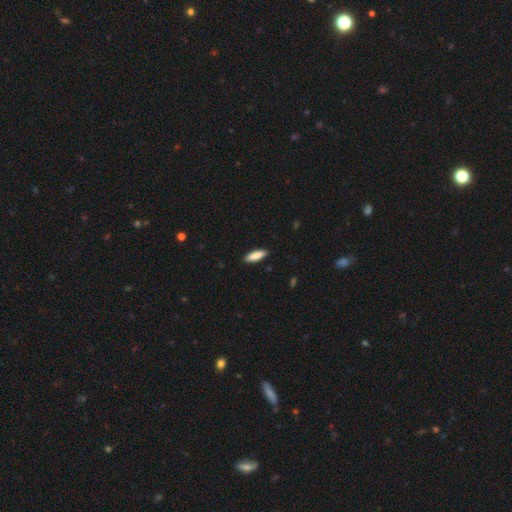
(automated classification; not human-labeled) Smooth or featured? Predicted: smooth (p=0.87). How rounded? Predicted: in between (p=0.50). Merging? Predicted: none (p=0.90).